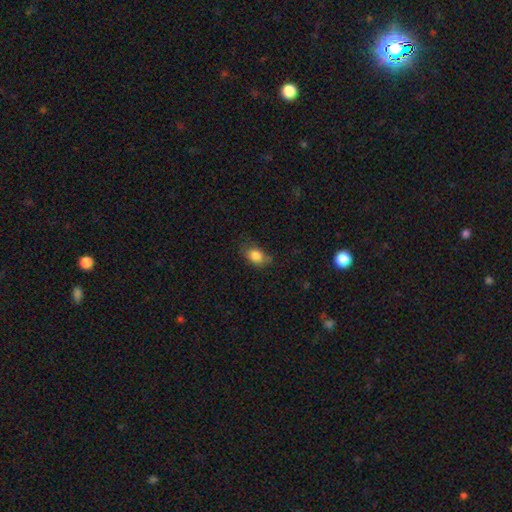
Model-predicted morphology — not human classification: This appears to be a smooth galaxy with no disk features (84%) that is in between round and cigar-shaped (75%). Merging: none (63%).